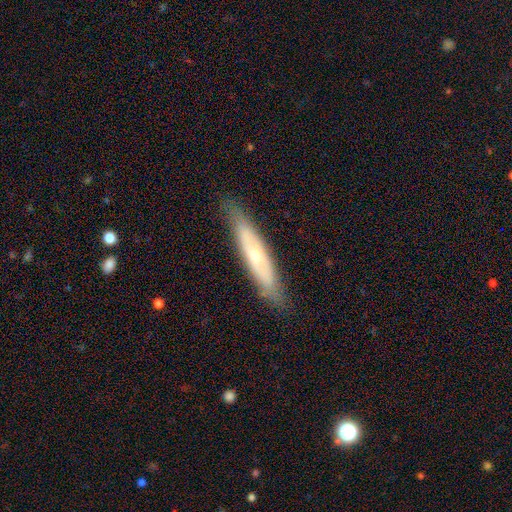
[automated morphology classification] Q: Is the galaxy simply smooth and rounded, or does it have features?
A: featured or disk — 54%.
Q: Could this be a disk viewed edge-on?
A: yes — 61%.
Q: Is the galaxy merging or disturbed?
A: none — 83%.